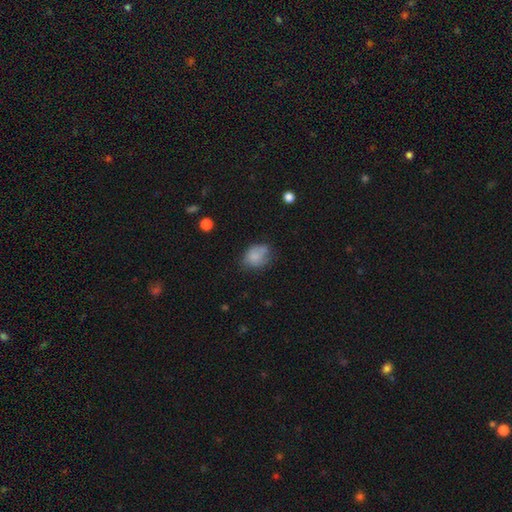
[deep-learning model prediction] Morphology: type=smooth (75%); roundness=in between (59%); merging=none (50%).